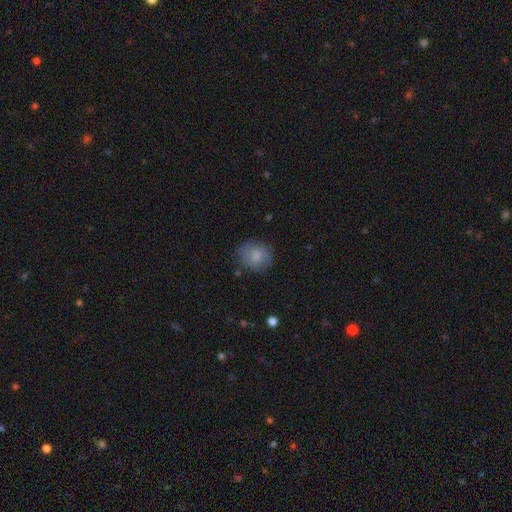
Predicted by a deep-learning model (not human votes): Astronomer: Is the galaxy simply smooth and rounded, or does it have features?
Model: smooth — 74%.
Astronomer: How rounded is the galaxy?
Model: round — 68%.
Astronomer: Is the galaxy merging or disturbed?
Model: none — 71%.